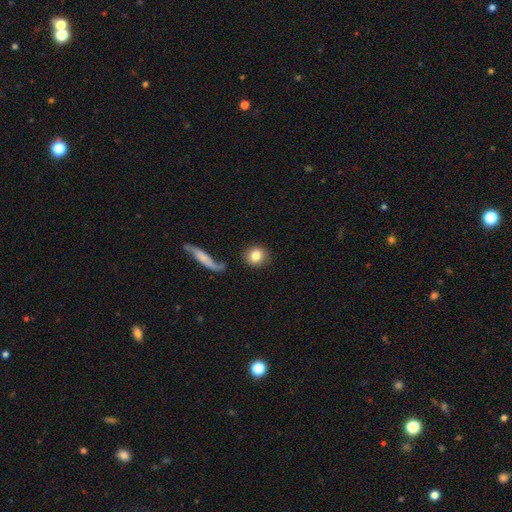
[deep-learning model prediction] This is clearly a smooth galaxy (82%). How rounded: clearly round (81%). Merging: likely none (79%).